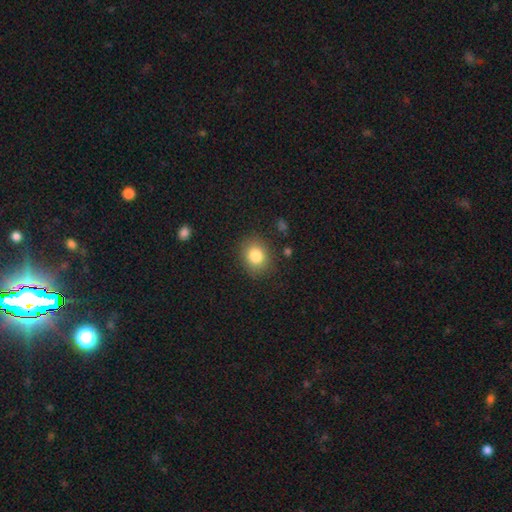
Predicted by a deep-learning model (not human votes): Morphology: type=smooth (83%); roundness=round (64%); merging=none (85%).